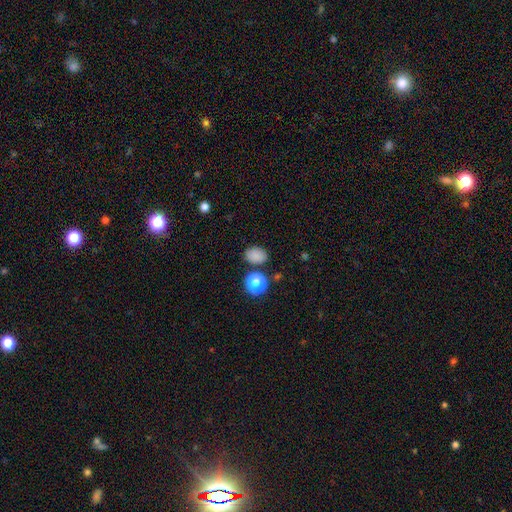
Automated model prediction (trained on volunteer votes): Smooth or featured?
  - smooth: 81% *
  - star or artifact: 14%
  - featured or disk: 5%
How rounded?
  - in between: 68% *
  - round: 31%
  - cigar-shaped: 1%
Merging?
  - none: 79% *
  - minor disturbance: 11%
  - merger: 6%
  - major disturbance: 3%